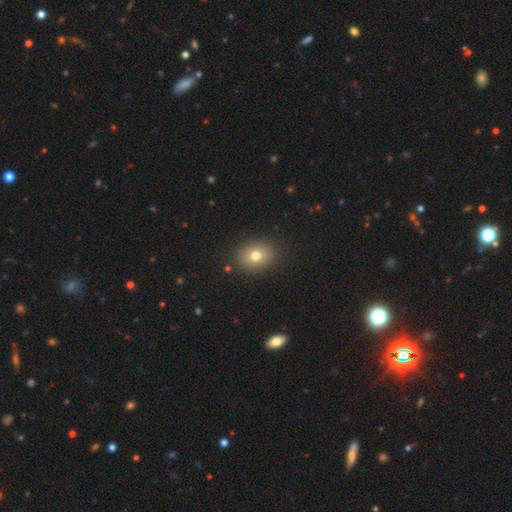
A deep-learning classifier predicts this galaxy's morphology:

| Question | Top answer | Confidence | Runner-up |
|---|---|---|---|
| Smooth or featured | smooth | 76% | featured or disk (13%) |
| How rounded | in between | 61% | round (38%) |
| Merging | none | 88% | minor disturbance (8%) |